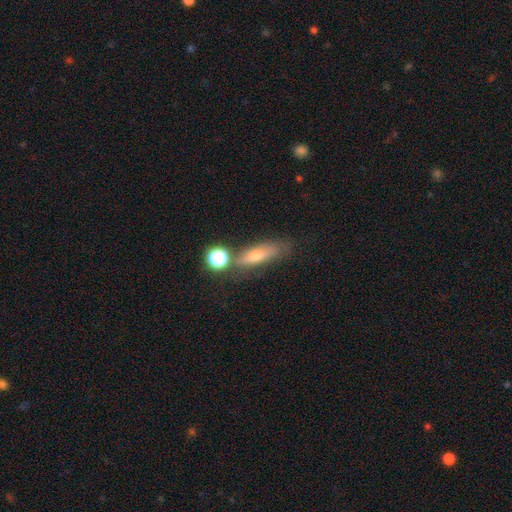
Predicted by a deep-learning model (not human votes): Morphology: type=smooth (50%); merging=none (62%).